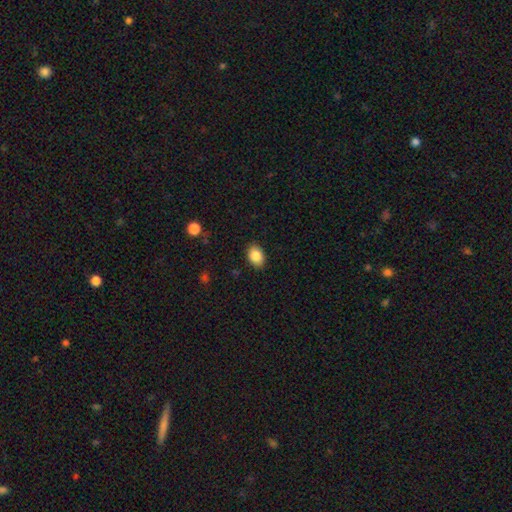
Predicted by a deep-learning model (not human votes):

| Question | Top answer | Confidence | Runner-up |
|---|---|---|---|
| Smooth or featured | smooth | 86% | star or artifact (8%) |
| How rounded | in between | 78% | round (21%) |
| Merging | none | 88% | minor disturbance (9%) |